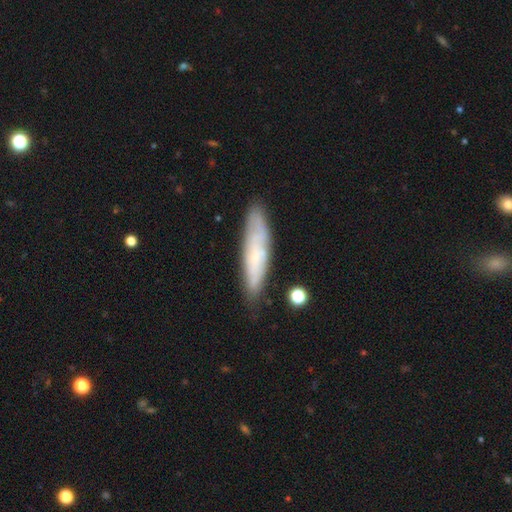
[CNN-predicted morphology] smooth-or-featured: smooth: 49% | featured or disk: 43% | star or artifact: 8%
  merging: none: 76% | minor disturbance: 18% | major disturbance: 4% | merger: 3%